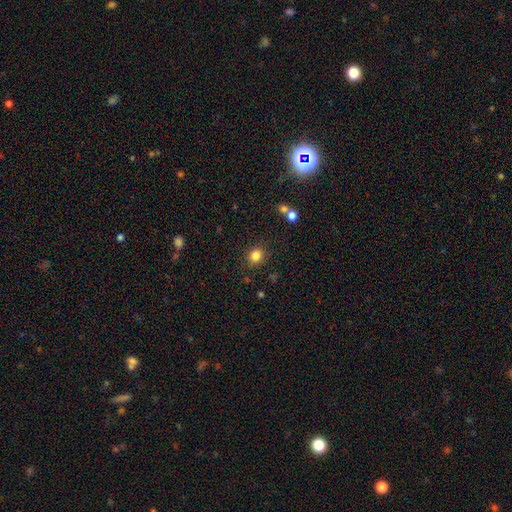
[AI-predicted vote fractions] smooth_or_featured: smooth (p=0.83) [alt: star or artifact p=0.12]
how_rounded: round (p=0.77) [alt: in between p=0.22]
merging: none (p=0.85) [alt: minor disturbance p=0.09]